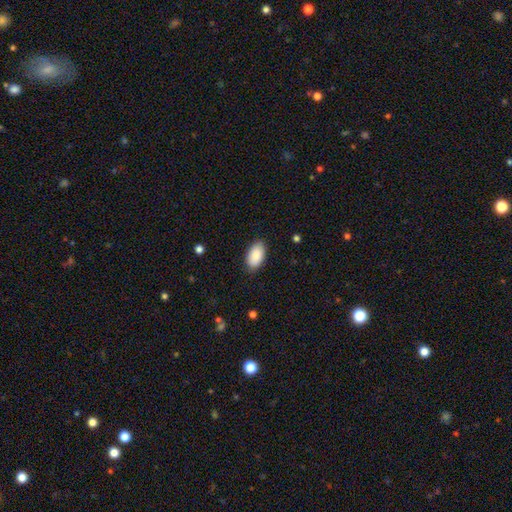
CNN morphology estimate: Smooth or featured? Predicted: smooth (p=0.90). How rounded? Predicted: in between (p=0.95). Merging? Predicted: none (p=0.85).